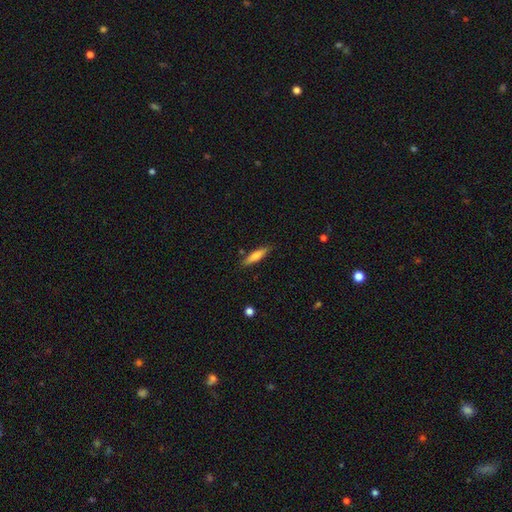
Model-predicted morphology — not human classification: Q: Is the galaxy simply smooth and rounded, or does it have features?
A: smooth — 67%.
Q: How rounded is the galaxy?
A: cigar-shaped — 75%.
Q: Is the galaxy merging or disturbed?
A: none — 83%.